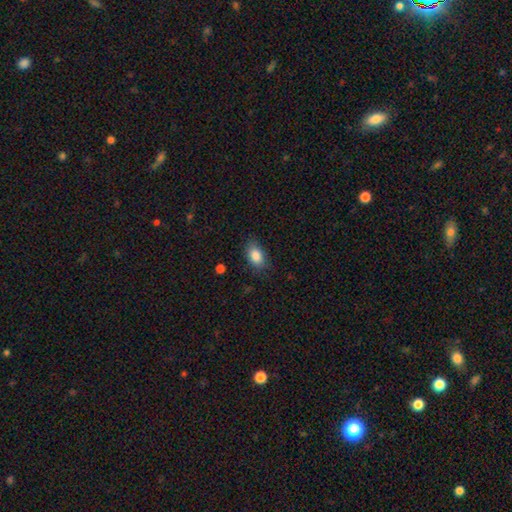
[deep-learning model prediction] A smooth galaxy with no disk features (87%) that is in between round and cigar-shaped (87%).

Vote fractions:
- Smooth or featured? smooth: 87% / star or artifact: 8% / featured or disk: 5%
- How rounded? in between: 87% / round: 11% / cigar-shaped: 2%
- Merging? none: 79% / minor disturbance: 16% / major disturbance: 4% / merger: 1%